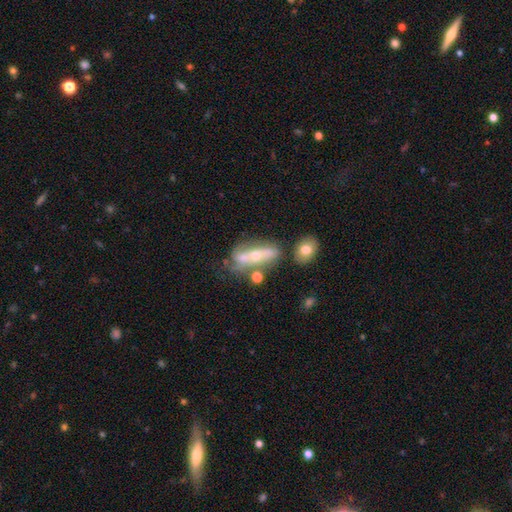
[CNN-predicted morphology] Overall: featured or disk (66%). Edge-on disk: no (71%). Merging: none (46%; minor disturbance 21%).